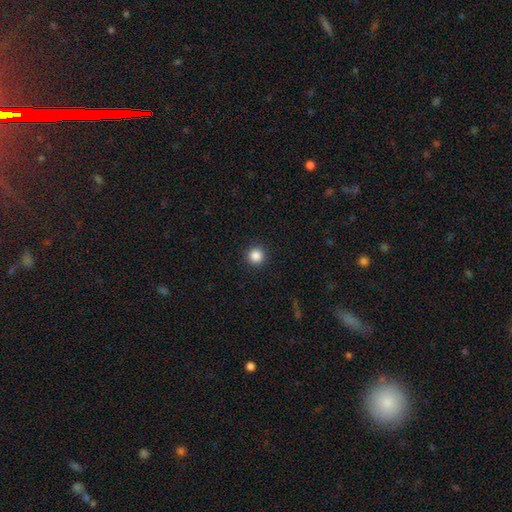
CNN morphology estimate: smooth_or_featured: smooth (p=0.86) [alt: star or artifact p=0.11]
how_rounded: round (p=0.96) [alt: in between p=0.03]
merging: none (p=0.93) [alt: minor disturbance p=0.04]